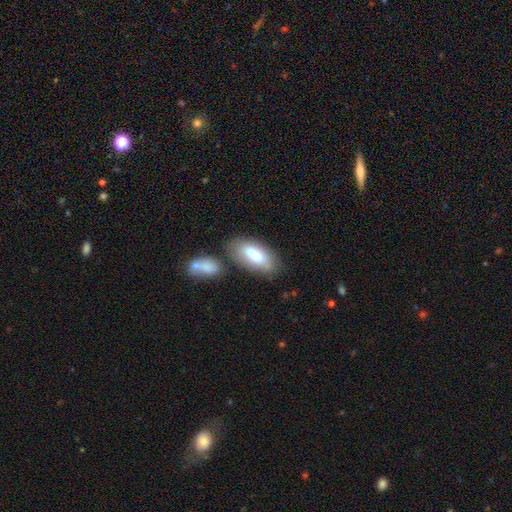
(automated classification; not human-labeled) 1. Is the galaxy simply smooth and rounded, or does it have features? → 72% smooth, 21% featured or disk, 7% star or artifact.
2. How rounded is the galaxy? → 84% in between, 14% cigar-shaped, 3% round.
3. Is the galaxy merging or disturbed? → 59% none, 18% merger, 16% minor disturbance, 6% major disturbance.